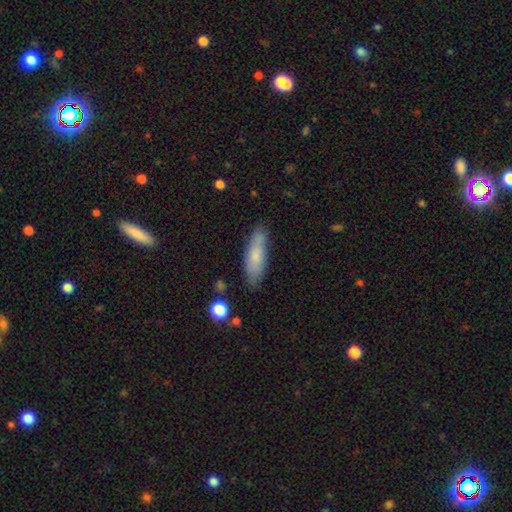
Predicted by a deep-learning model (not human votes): Smooth or featured? Predicted: smooth (p=0.73). How rounded? Predicted: cigar-shaped (p=0.56). Merging? Predicted: none (p=0.79).